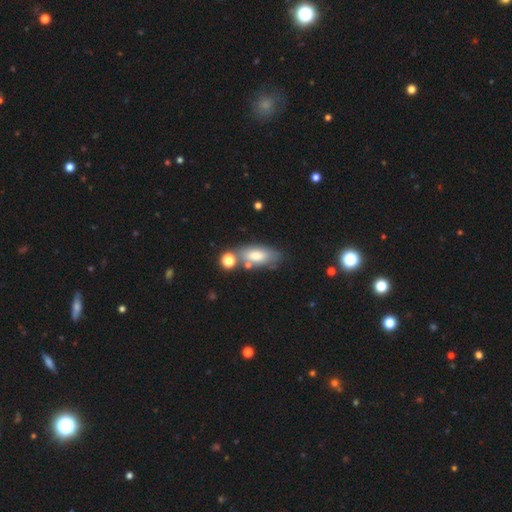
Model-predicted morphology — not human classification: Smooth or featured? smooth (69%)
How rounded? in between (81%)
Merging? none (62%)